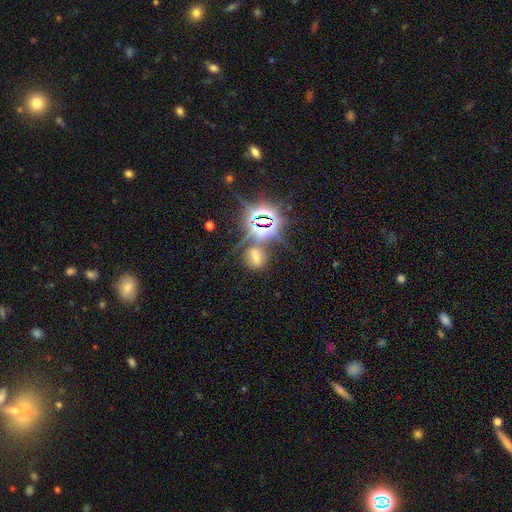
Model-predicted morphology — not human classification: Smooth or featured?
  - star or artifact: 62% *
  - smooth: 24%
  - featured or disk: 14%